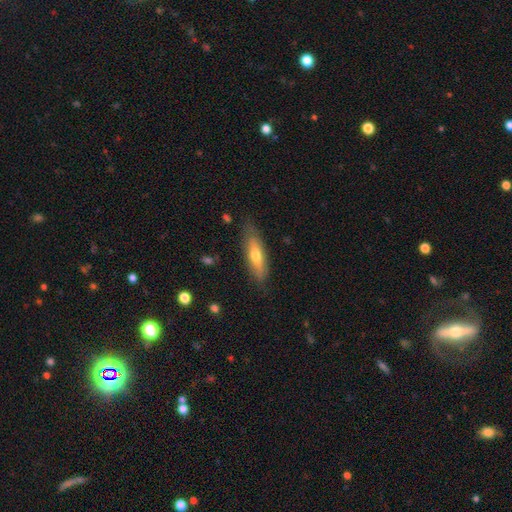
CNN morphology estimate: The model was most divided on "how rounded": cigar-shaped: 53%, in between: 45%, round: 2%. More confident: merging — none (78%); smooth or featured — smooth (62%).